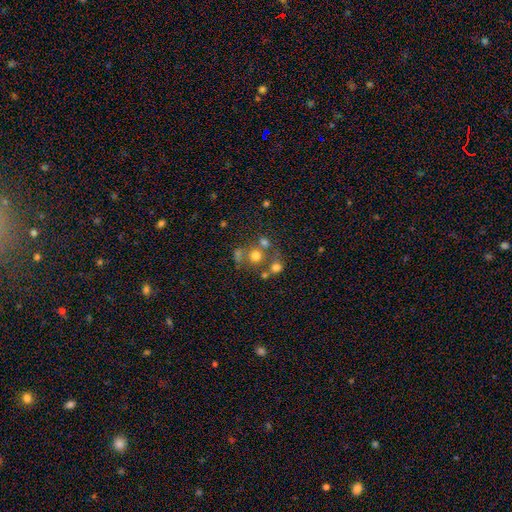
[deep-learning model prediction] Smooth or featured? smooth (63%)
How rounded? round (87%)
Merging? none (54%)